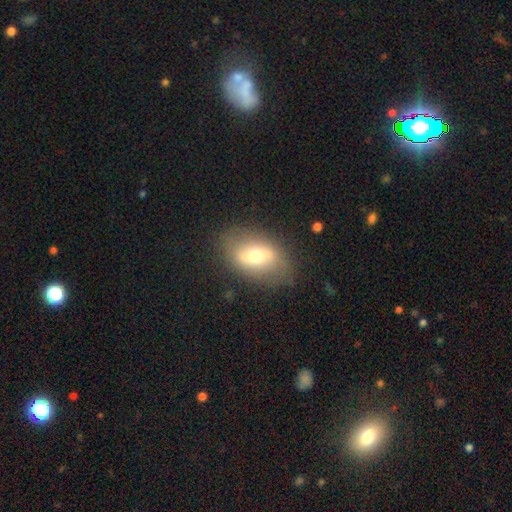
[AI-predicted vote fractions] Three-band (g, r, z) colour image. It shows a smooth galaxy with no disk features (55%) that is in between round and cigar-shaped (83%). Merging: none (78%).